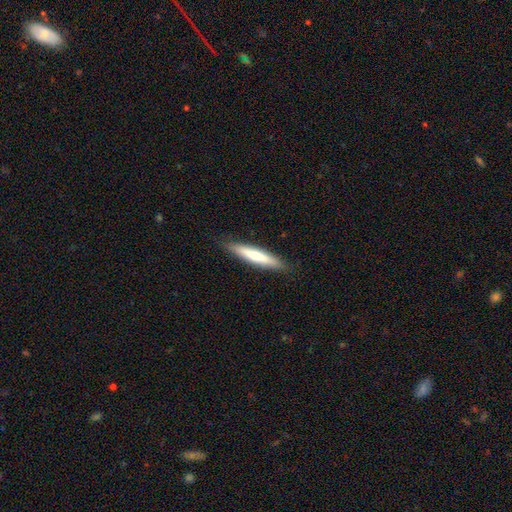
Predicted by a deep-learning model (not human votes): smooth 64%, featured or disk 31%, star or artifact 5%. Down the decision tree: how rounded — cigar-shaped (88%); merging — none (86%).